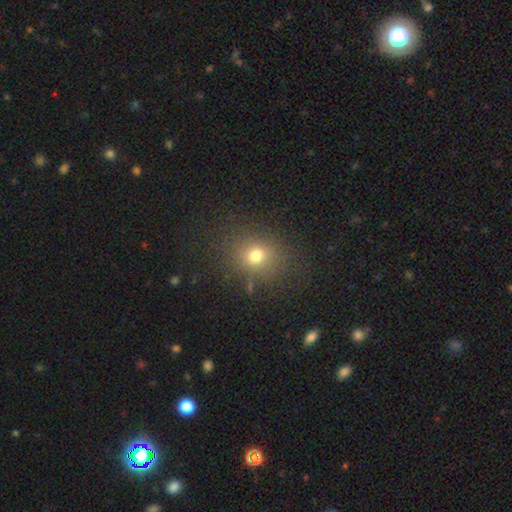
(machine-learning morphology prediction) type=smooth (73%); roundness=round (68%); merging=none (82%).